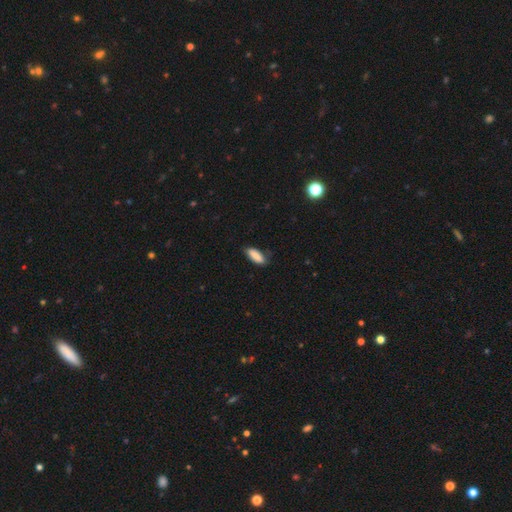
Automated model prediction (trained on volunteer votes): Q: Smooth or featured?
A: smooth (87%); runner-up: featured or disk (7%)
Q: How rounded?
A: in between (71%); runner-up: cigar-shaped (27%)
Q: Merging?
A: none (69%); runner-up: minor disturbance (25%)